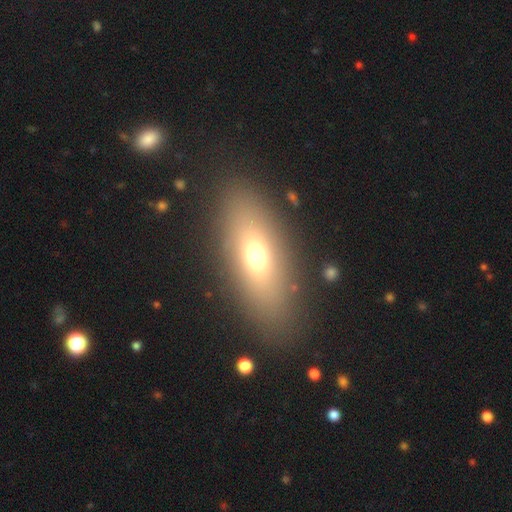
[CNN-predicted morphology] Smooth or featured?
  - smooth: 65% *
  - featured or disk: 24%
  - star or artifact: 11%
How rounded?
  - in between: 73% *
  - cigar-shaped: 22%
  - round: 5%
Merging?
  - none: 85% *
  - minor disturbance: 9%
  - major disturbance: 4%
  - merger: 2%